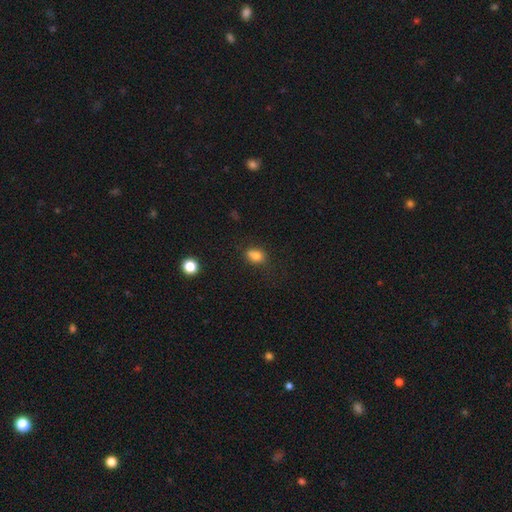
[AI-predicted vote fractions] smooth_or_featured: smooth (p=0.79) [alt: star or artifact p=0.12]
how_rounded: in between (p=0.62) [alt: round p=0.37]
merging: none (p=0.60) [alt: minor disturbance p=0.23]